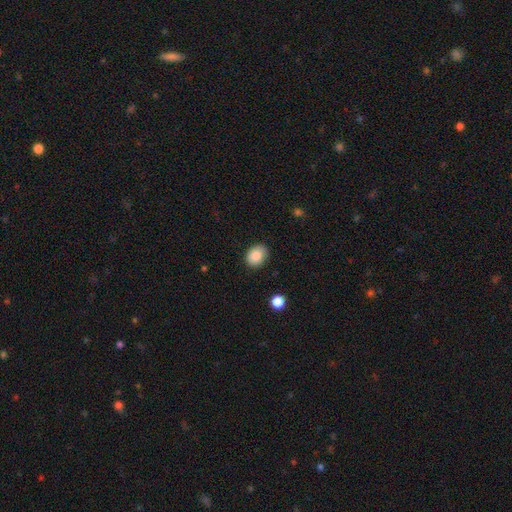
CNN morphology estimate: Smooth or featured?
  - smooth: 85% *
  - star or artifact: 8%
  - featured or disk: 7%
How rounded?
  - in between: 55% *
  - round: 44%
  - cigar-shaped: 1%
Merging?
  - none: 86% *
  - minor disturbance: 11%
  - major disturbance: 2%
  - merger: 1%